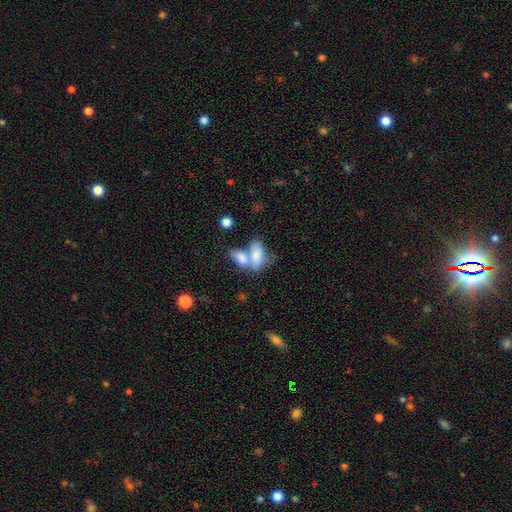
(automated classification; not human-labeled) A smooth galaxy with no disk features (77%) that is in between round and cigar-shaped (89%).

Vote fractions:
- Smooth or featured? smooth: 77% / featured or disk: 16% / star or artifact: 7%
- How rounded? in between: 89% / cigar-shaped: 6% / round: 5%
- Merging? merger: 64% / none: 21% / minor disturbance: 9% / major disturbance: 6%